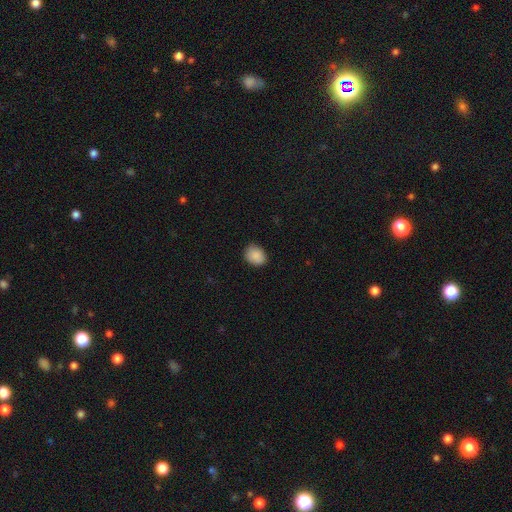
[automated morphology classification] smooth 88%, star or artifact 8%, featured or disk 4%. Down the decision tree: how rounded — in between (54%); merging — none (81%).